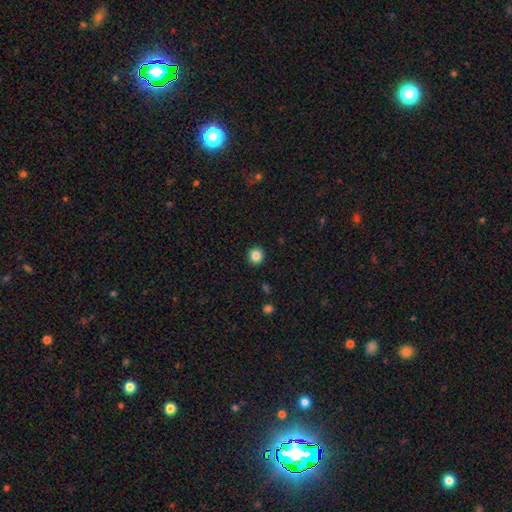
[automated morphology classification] Smooth or featured? smooth (85%)
How rounded? round (93%)
Merging? none (93%)